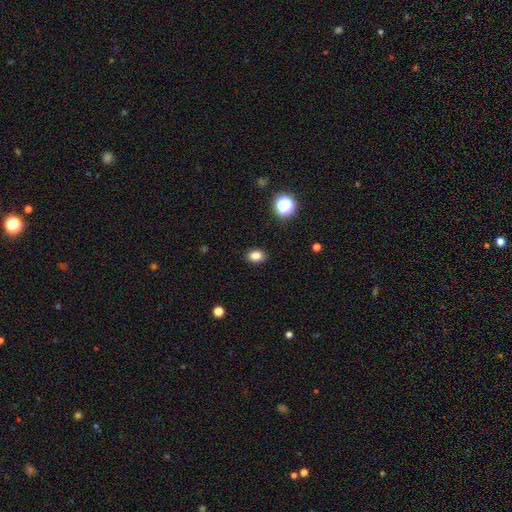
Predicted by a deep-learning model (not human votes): The model was most divided on "how rounded": in between: 69%, round: 30%, cigar-shaped: 1%. More confident: merging — none (89%); smooth or featured — smooth (83%).